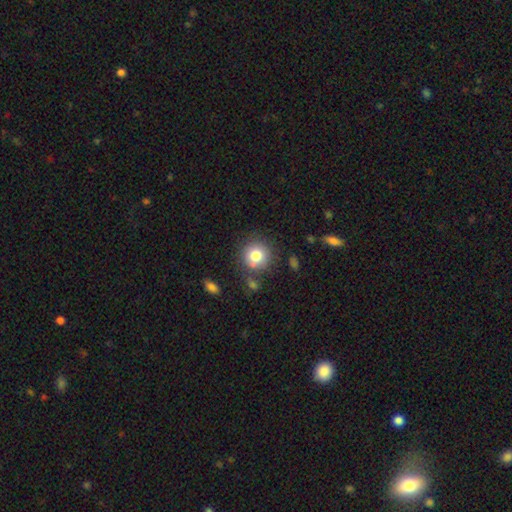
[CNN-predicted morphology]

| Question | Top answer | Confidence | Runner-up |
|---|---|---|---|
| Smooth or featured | smooth | 80% | star or artifact (11%) |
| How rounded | round | 91% | in between (8%) |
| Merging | none | 76% | minor disturbance (13%) |